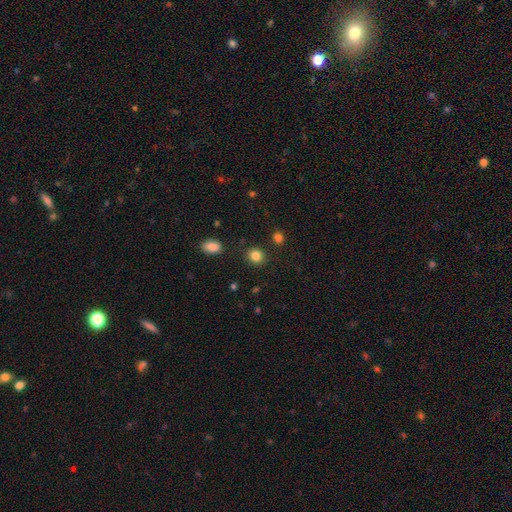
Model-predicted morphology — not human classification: A smooth galaxy with no disk features (84%) that is round (80%).

Vote fractions:
- Smooth or featured? smooth: 84% / star or artifact: 12% / featured or disk: 4%
- How rounded? round: 80% / in between: 19% / cigar-shaped: 1%
- Merging? none: 87% / minor disturbance: 7% / merger: 3% / major disturbance: 3%